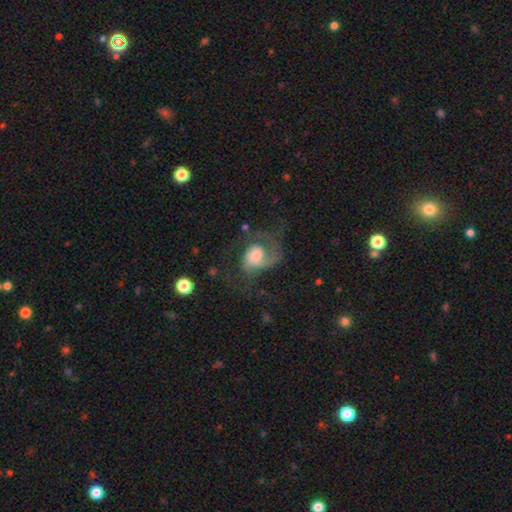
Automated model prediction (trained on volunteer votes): Smooth or featured? featured or disk (66%)
Edge-on disk? no (97%)
Bar? no (72%)
Spiral arms? yes (87%)
Spiral winding? medium (44%)
Spiral arm count? 1 (43%)
Bulge size? moderate (46%)
Merging? major disturbance (40%)